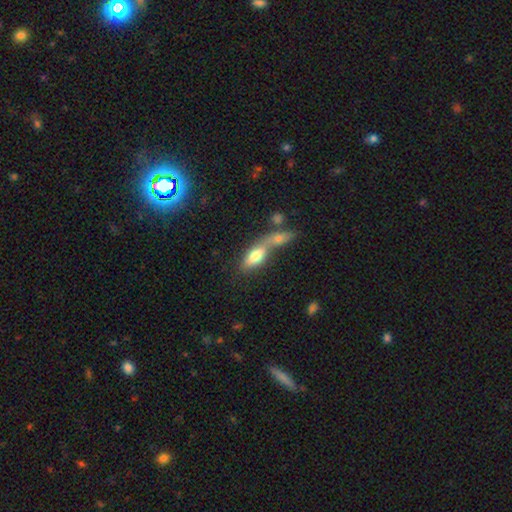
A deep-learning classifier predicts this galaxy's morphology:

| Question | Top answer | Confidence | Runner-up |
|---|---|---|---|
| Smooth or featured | smooth | 74% | featured or disk (18%) |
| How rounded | in between | 78% | cigar-shaped (18%) |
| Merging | merger | 56% | none (29%) |